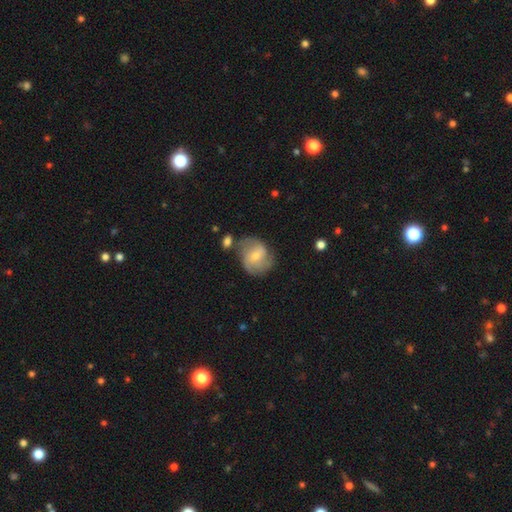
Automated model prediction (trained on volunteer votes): Morphology: type=featured or disk (66%); edge-on=no (97%); bar=weak (49%); spiral arms=yes (89%); winding=medium (46%); arm count=2 (48%); bulge=small (54%); merging=none (60%).